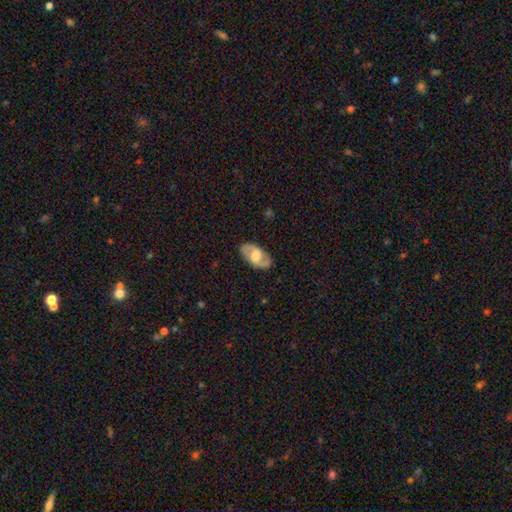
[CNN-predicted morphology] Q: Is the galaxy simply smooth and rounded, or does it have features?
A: featured or disk — 63%.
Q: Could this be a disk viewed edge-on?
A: no — 92%.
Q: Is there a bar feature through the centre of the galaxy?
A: weak — 46%.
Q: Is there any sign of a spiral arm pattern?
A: yes — 78%.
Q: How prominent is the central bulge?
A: moderate — 49%.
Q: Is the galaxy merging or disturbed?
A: none — 84%.